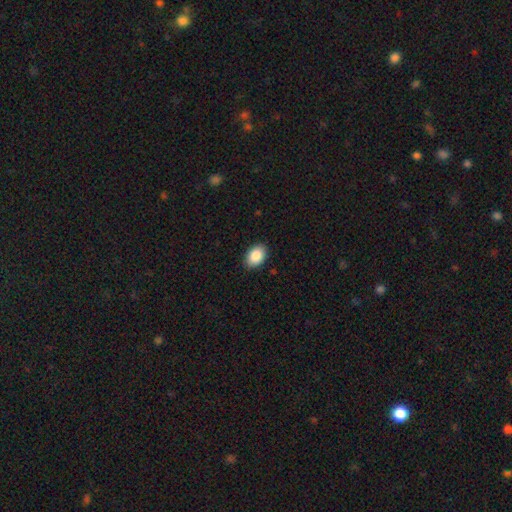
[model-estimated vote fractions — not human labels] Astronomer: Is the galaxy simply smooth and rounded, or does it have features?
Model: smooth — 88%.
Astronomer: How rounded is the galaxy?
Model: in between — 86%.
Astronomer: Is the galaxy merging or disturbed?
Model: none — 88%.